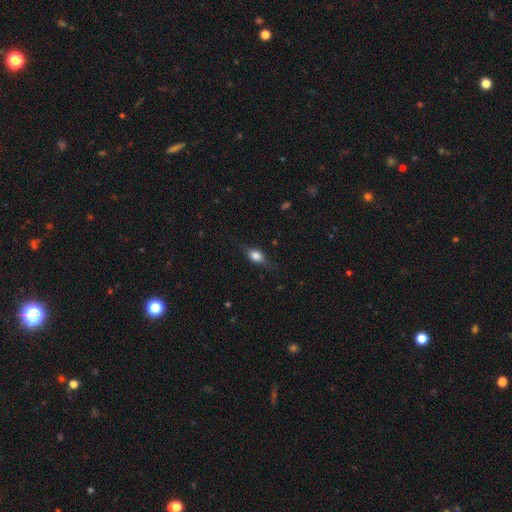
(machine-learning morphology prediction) The model was most divided on "how rounded": in between: 69%, round: 23%, cigar-shaped: 8%. More confident: merging — none (72%); smooth or featured — smooth (69%).